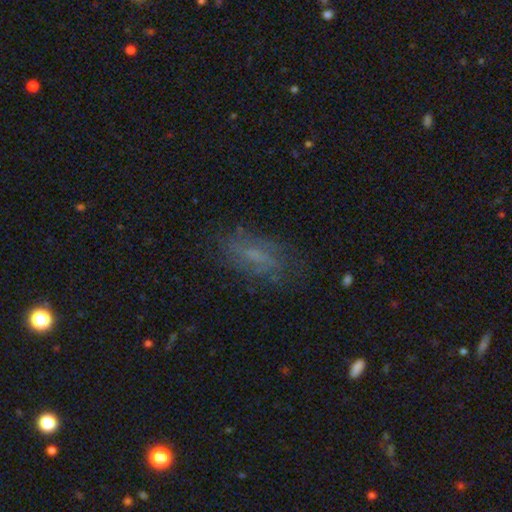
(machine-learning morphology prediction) Smooth or featured? Predicted: smooth (p=0.46). Merging? Predicted: none (p=0.70).